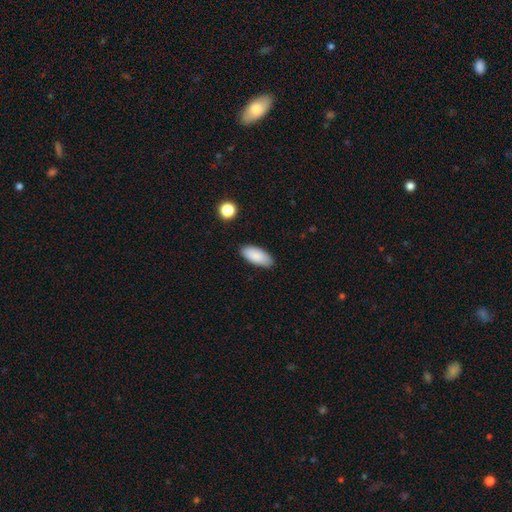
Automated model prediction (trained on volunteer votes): smooth_or_featured: smooth (p=0.88) [alt: star or artifact p=0.07]
how_rounded: in between (p=0.88) [alt: cigar-shaped p=0.10]
merging: none (p=0.86) [alt: minor disturbance p=0.11]